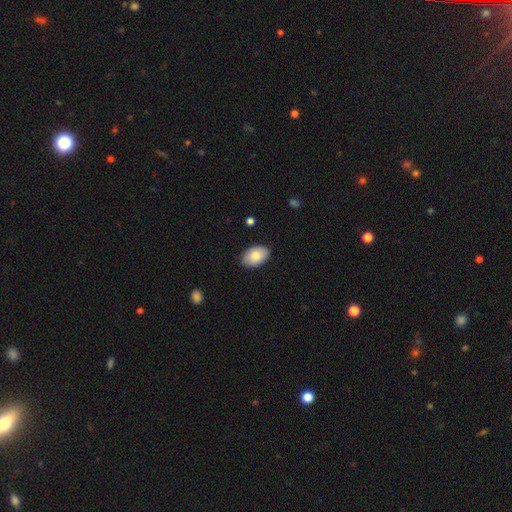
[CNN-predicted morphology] smooth 83%, featured or disk 11%, star or artifact 6%. Down the decision tree: how rounded — in between (92%); merging — none (87%).